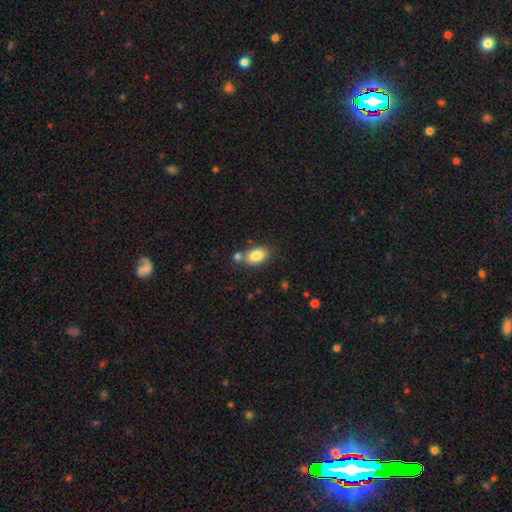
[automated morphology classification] smooth-or-featured: smooth: 84% | featured or disk: 8% | star or artifact: 8%
  how-rounded: in between: 87% | round: 11% | cigar-shaped: 2%
  merging: none: 66% | merger: 18% | minor disturbance: 13% | major disturbance: 3%